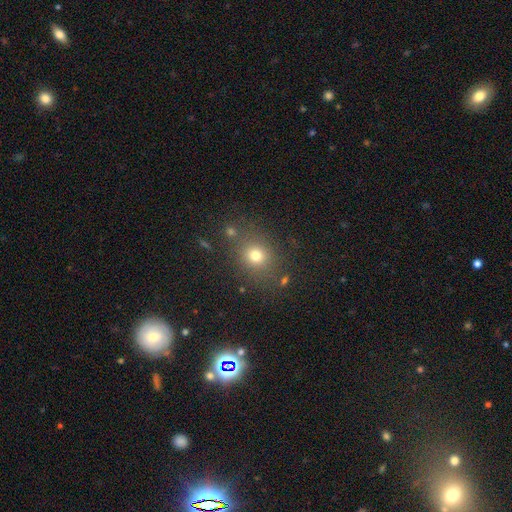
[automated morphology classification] A smooth galaxy with no disk features (73%) that is round (76%).

Vote fractions:
- Smooth or featured? smooth: 73% / star or artifact: 18% / featured or disk: 9%
- How rounded? round: 76% / in between: 23% / cigar-shaped: 1%
- Merging? none: 79% / minor disturbance: 11% / merger: 6% / major disturbance: 5%